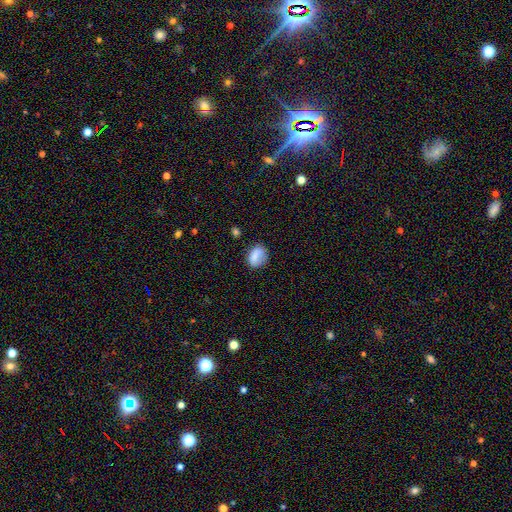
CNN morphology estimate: Smooth or featured? Predicted: smooth (p=0.79). How rounded? Predicted: in between (p=0.56). Merging? Predicted: none (p=0.66).